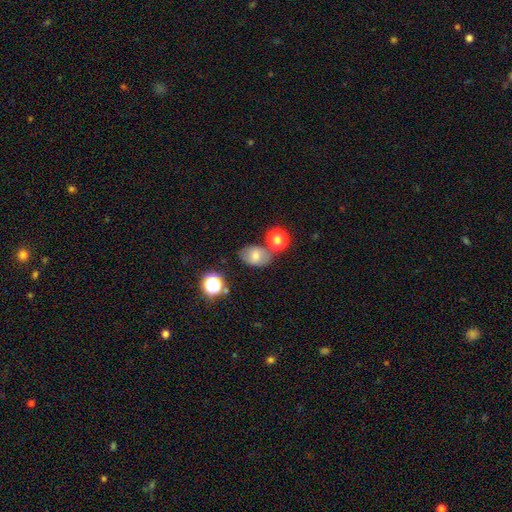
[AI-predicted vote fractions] smooth 70%, featured or disk 17%, star or artifact 13%. Down the decision tree: how rounded — in between (73%); merging — none (64%).